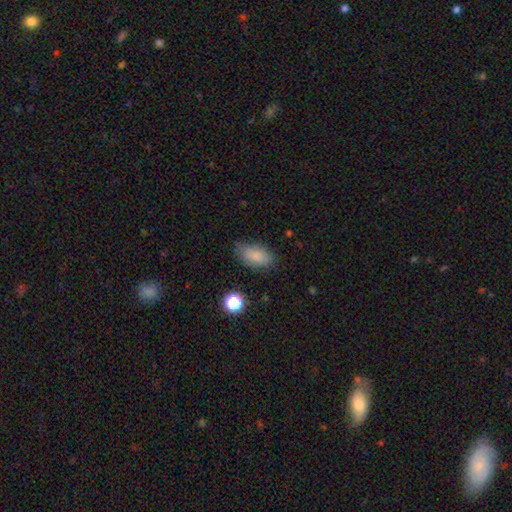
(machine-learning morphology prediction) smooth_or_featured: smooth (p=0.83) [alt: star or artifact p=0.10]
how_rounded: in between (p=0.89) [alt: round p=0.06]
merging: none (p=0.68) [alt: minor disturbance p=0.24]